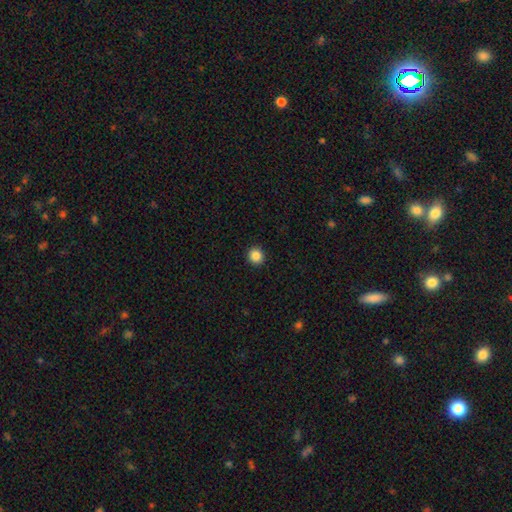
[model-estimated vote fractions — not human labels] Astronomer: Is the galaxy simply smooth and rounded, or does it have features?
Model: smooth — 86%.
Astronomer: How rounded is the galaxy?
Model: round — 91%.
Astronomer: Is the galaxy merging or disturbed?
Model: none — 93%.